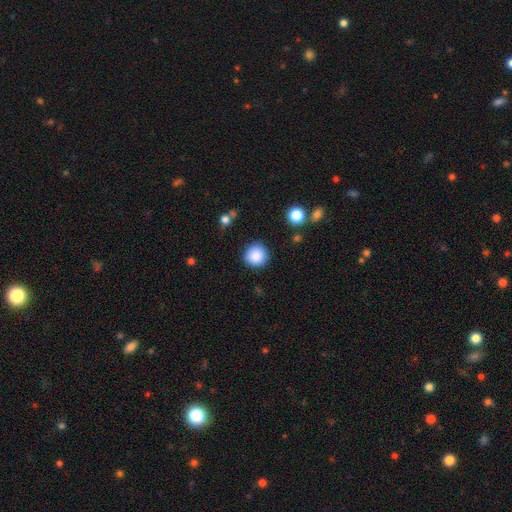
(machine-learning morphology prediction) Smooth or featured? Predicted: smooth (p=0.87). How rounded? Predicted: round (p=0.94). Merging? Predicted: none (p=0.87).